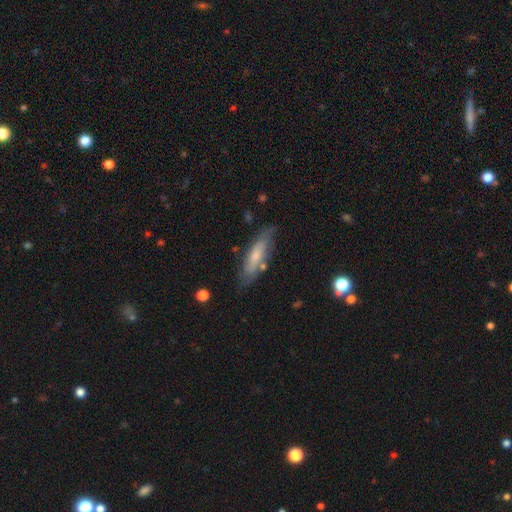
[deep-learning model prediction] The model was most divided on "smooth or featured": smooth: 50%, featured or disk: 44%, star or artifact: 6%. More confident: merging — none (74%).